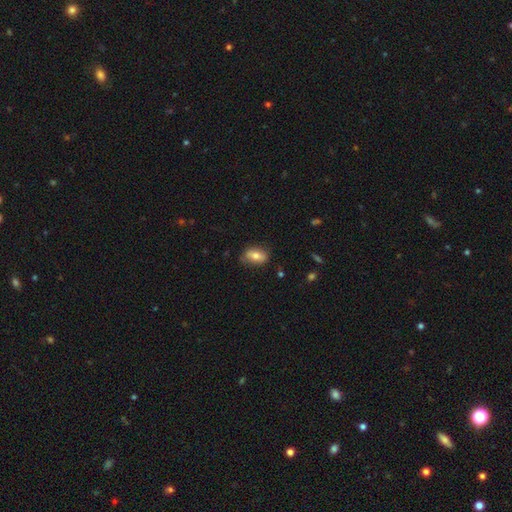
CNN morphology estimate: A smooth galaxy with no disk features (72%) that is in between round and cigar-shaped (86%).

Vote fractions:
- Smooth or featured? smooth: 72% / featured or disk: 21% / star or artifact: 8%
- How rounded? in between: 86% / round: 10% / cigar-shaped: 4%
- Merging? none: 74% / minor disturbance: 20% / major disturbance: 4% / merger: 2%